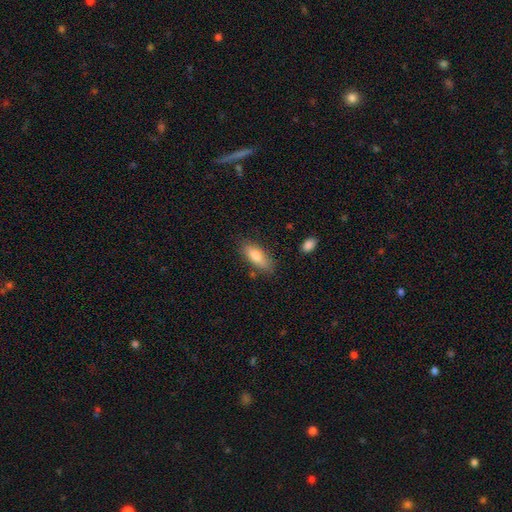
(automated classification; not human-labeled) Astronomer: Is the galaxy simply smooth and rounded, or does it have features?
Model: smooth — 79%.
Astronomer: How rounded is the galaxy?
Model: in between — 73%.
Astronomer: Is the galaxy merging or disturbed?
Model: none — 77%.